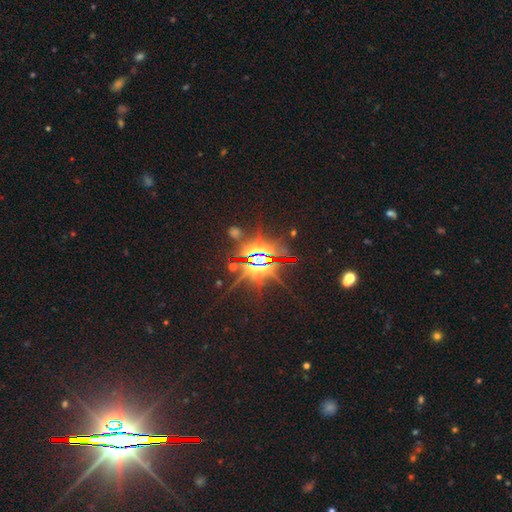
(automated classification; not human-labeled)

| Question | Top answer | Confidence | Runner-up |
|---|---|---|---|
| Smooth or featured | star or artifact | 86% | featured or disk (7%) |